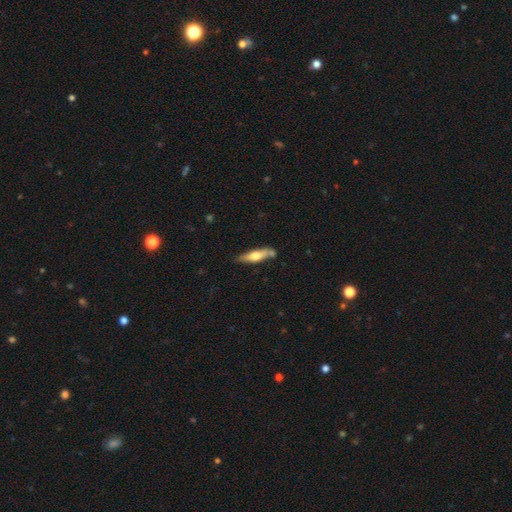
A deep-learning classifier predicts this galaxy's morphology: Smooth or featured?
  - smooth: 54% *
  - featured or disk: 41%
  - star or artifact: 5%
How rounded?
  - cigar-shaped: 73% *
  - in between: 26%
  - round: 2%
Merging?
  - none: 70% *
  - minor disturbance: 17%
  - merger: 10%
  - major disturbance: 4%